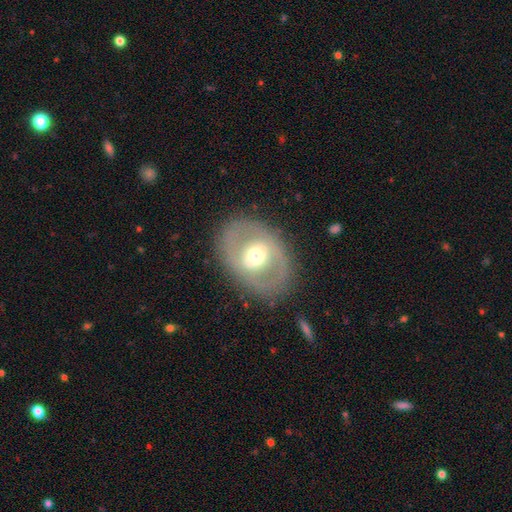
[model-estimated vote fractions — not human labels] smooth_or_featured: featured or disk (p=0.68) [alt: smooth p=0.26]
disk_edge_on: no (p=0.95) [alt: yes p=0.05]
bar: weak (p=0.39) [alt: no p=0.36]
has_spiral_arms: no (p=0.53) [alt: yes p=0.47]
bulge_size: moderate (p=0.69) [alt: small p=0.20]
merging: none (p=0.82) [alt: minor disturbance p=0.12]